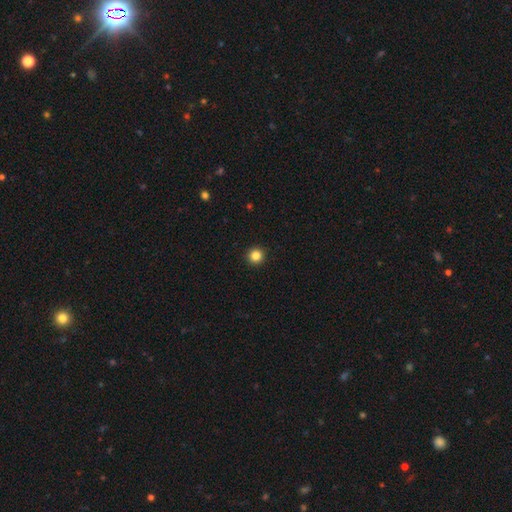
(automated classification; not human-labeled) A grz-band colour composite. It shows a smooth galaxy with no disk features (85%) that is round (96%). Merging: none (94%).